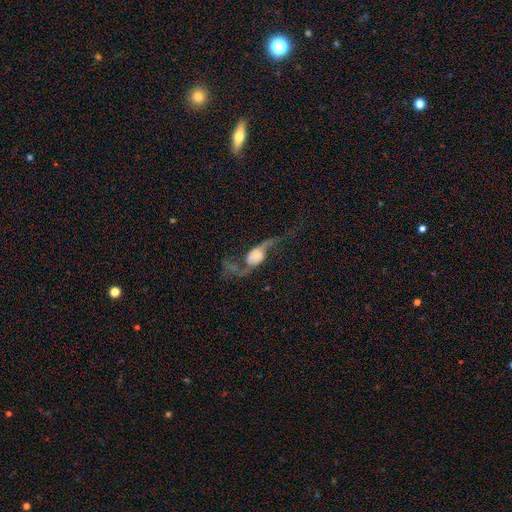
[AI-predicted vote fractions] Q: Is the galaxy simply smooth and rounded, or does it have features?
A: featured or disk — 82%.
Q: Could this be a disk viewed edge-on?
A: no — 89%.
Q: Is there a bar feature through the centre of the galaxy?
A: no — 61%.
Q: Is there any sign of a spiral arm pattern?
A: yes — 93%.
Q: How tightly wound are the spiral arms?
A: loose — 91%.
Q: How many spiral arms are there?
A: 2 — 93%.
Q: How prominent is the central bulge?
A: large — 31%.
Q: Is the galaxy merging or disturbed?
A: none — 51%.